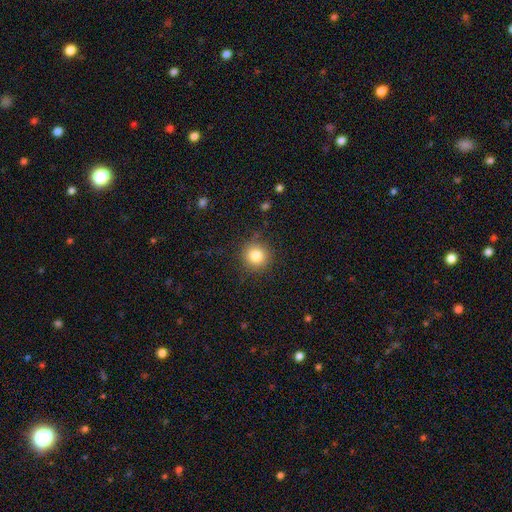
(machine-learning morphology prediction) This appears to be a smooth galaxy with no disk features (82%) that is round (93%). Merging: none (87%).